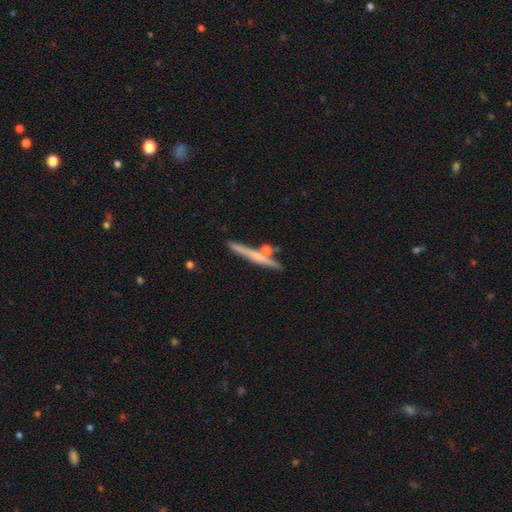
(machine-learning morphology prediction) type=featured or disk (49%); merging=none (78%).